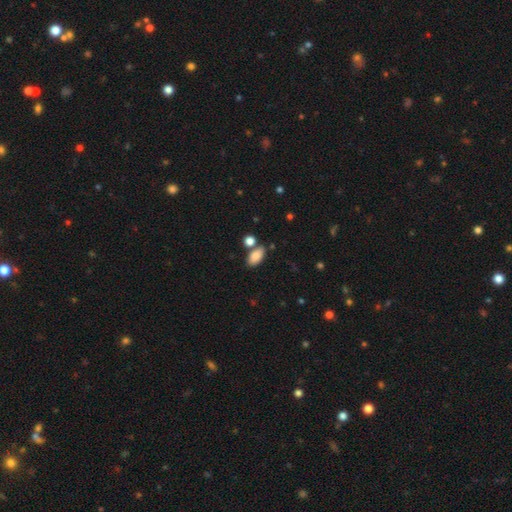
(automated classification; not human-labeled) Smooth or featured?
  - smooth: 86% *
  - star or artifact: 8%
  - featured or disk: 6%
How rounded?
  - in between: 91% *
  - round: 6%
  - cigar-shaped: 4%
Merging?
  - none: 68% *
  - merger: 16%
  - minor disturbance: 13%
  - major disturbance: 4%